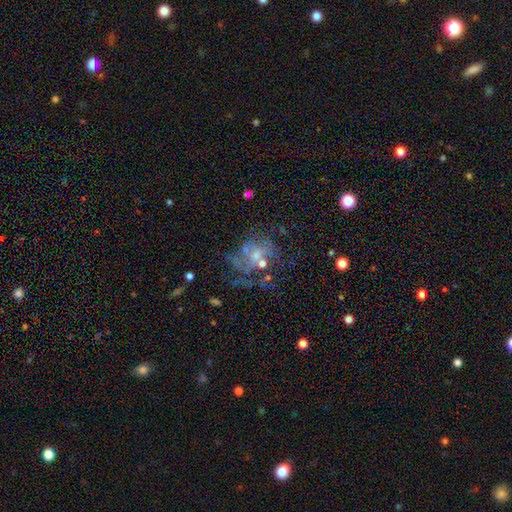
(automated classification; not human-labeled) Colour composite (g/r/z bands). It shows a featured or disk galaxy (61%) with no bar (81%), no spiral arms (56%) and a small central bulge (42%). Merging: none (41%).